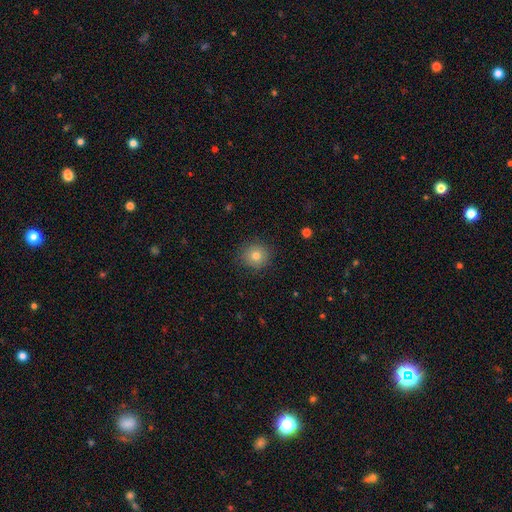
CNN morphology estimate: smooth_or_featured: smooth (p=0.78) [alt: star or artifact p=0.12]
how_rounded: round (p=0.90) [alt: in between p=0.09]
merging: none (p=0.87) [alt: minor disturbance p=0.10]